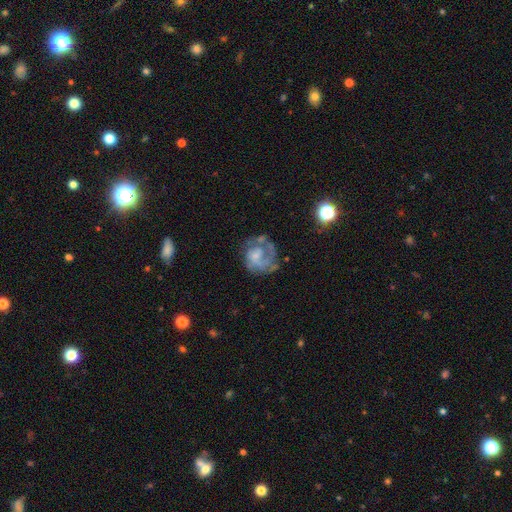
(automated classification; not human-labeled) A featured or disk galaxy (66%) with no bar (73%), spiral arms (72%) and a small central bulge (37%).

Vote fractions:
- Smooth or featured? featured or disk: 66% / smooth: 23% / star or artifact: 10%
- Edge-on disk? no: 98% / yes: 2%
- Bar? no: 73% / weak: 23% / strong: 4%
- Spiral arms? yes: 72% / no: 28%
- Bulge size? small: 37% / none: 30% / moderate: 26% / large: 5% / dominant: 2%
- Merging? none: 49% / major disturbance: 25% / minor disturbance: 21% / merger: 5%